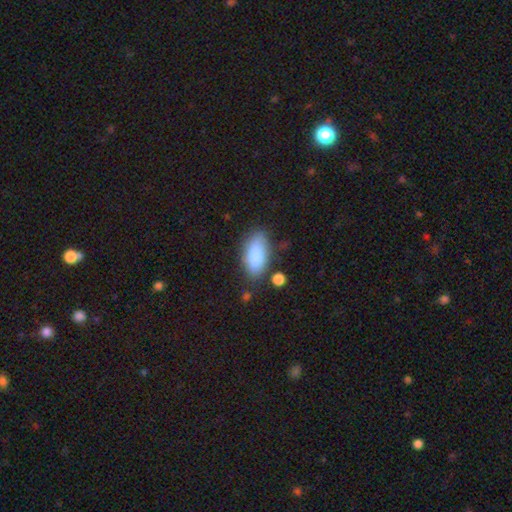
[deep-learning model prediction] A smooth galaxy with no disk features (86%) that is in between round and cigar-shaped (89%).

Vote fractions:
- Smooth or featured? smooth: 86% / featured or disk: 7% / star or artifact: 7%
- How rounded? in between: 89% / cigar-shaped: 8% / round: 3%
- Merging? none: 72% / minor disturbance: 18% / major disturbance: 5% / merger: 5%